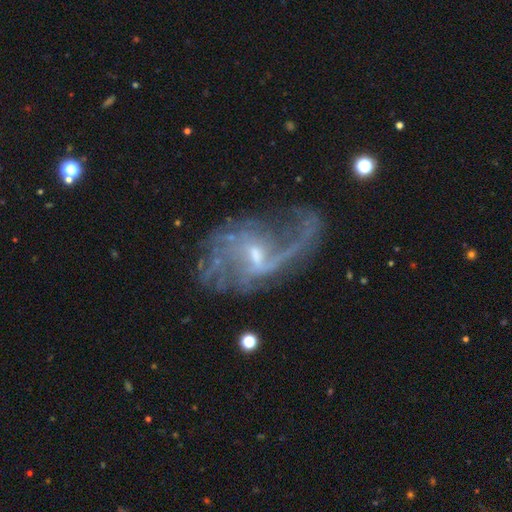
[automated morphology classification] Overall: featured or disk (85%). Edge-on disk: no (97%). Bar: weak (57%; no 31%). Spiral arms: yes (89%). Spiral arm count: 2 (37%; 1 26%). Spiral winding: loose (72%). Bulge size: small (64%; moderate 27%). Merging: none (42%; major disturbance 36%).